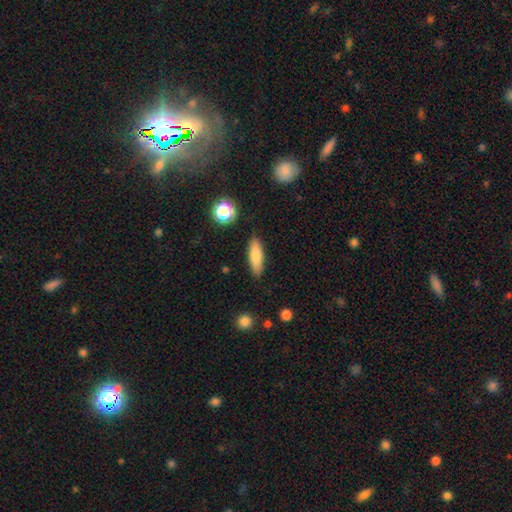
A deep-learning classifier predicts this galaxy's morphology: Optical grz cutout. It shows a smooth galaxy with no disk features (78%) that is cigar-shaped (52%). Merging: none (87%).